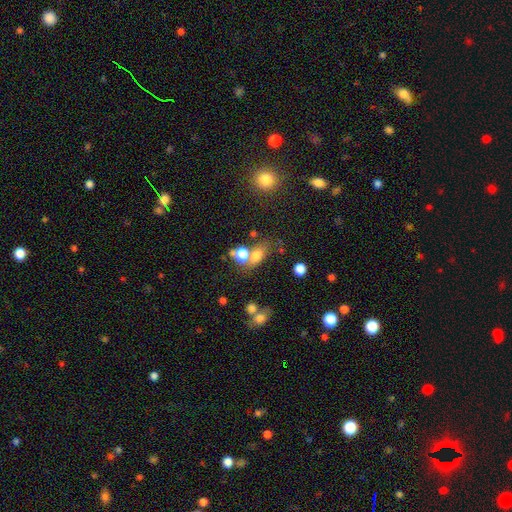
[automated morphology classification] type=smooth (69%); roundness=in between (67%); merging=none (47%).